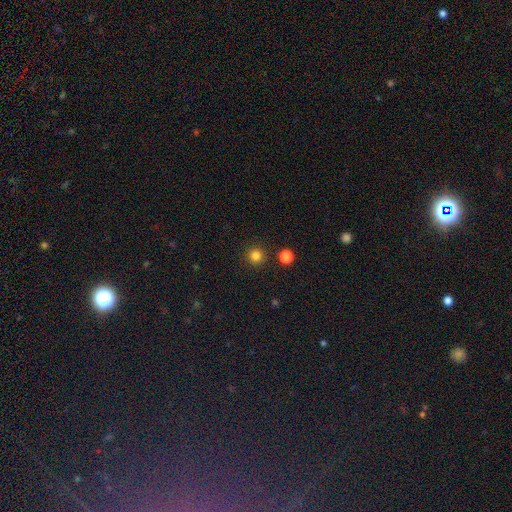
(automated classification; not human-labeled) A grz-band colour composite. It shows a smooth galaxy with no disk features (82%) that is round (96%). Merging: none (91%).